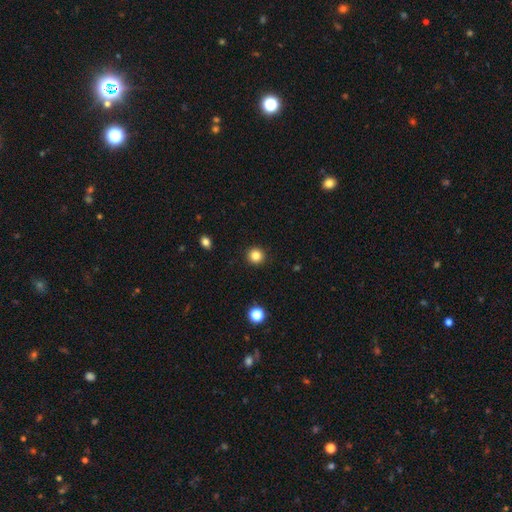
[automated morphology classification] A smooth galaxy with no disk features (84%) that is round (94%). Merging: none (93%).